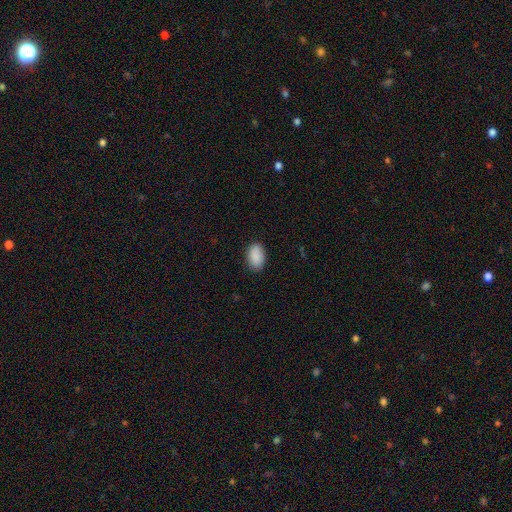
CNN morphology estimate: Smooth or featured? smooth (90%)
How rounded? in between (91%)
Merging? none (85%)